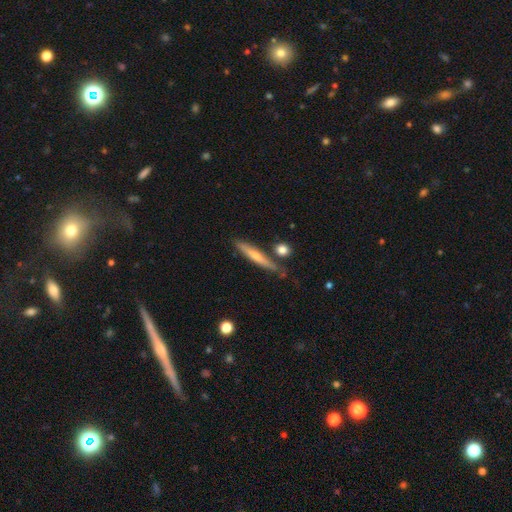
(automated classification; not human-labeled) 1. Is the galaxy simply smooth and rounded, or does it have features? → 55% featured or disk, 38% smooth, 7% star or artifact.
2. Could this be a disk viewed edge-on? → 94% yes, 6% no.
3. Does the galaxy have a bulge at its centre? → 66% rounded, 28% none, 6% boxy.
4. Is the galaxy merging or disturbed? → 79% none, 13% minor disturbance, 6% merger, 3% major disturbance.